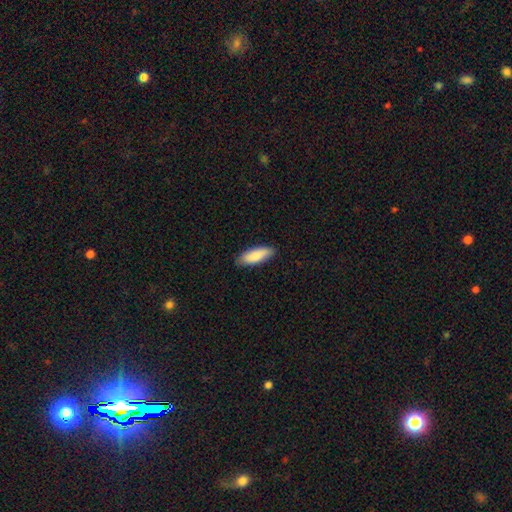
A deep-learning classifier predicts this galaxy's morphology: Smooth or featured?
  - smooth: 87% *
  - featured or disk: 7%
  - star or artifact: 5%
How rounded?
  - in between: 63% *
  - cigar-shaped: 35%
  - round: 2%
Merging?
  - none: 86% *
  - minor disturbance: 11%
  - major disturbance: 2%
  - merger: 1%